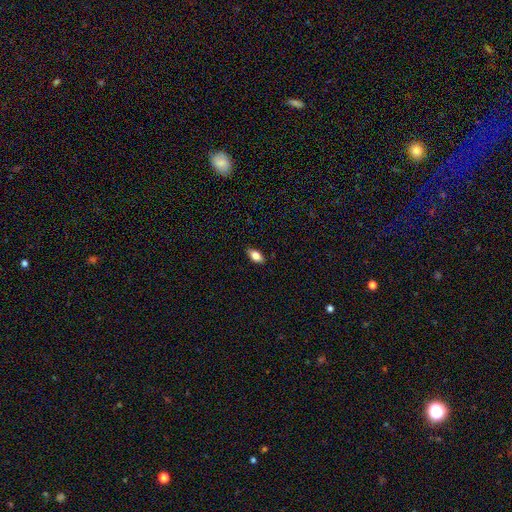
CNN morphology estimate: Smooth or featured? smooth (80%)
How rounded? in between (90%)
Merging? none (88%)